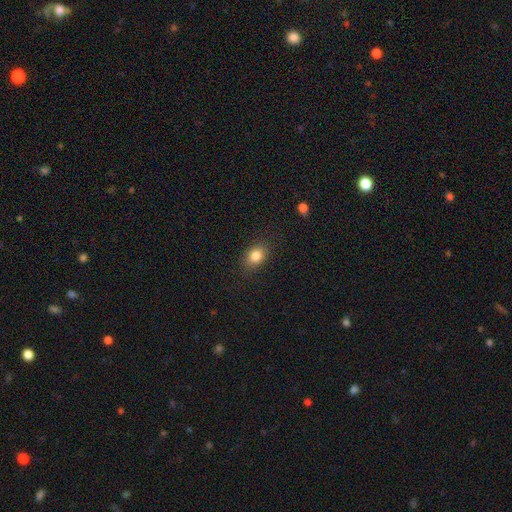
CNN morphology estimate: Overall: smooth (84%). How rounded: in between (65%; round 34%). Merging: none (85%).